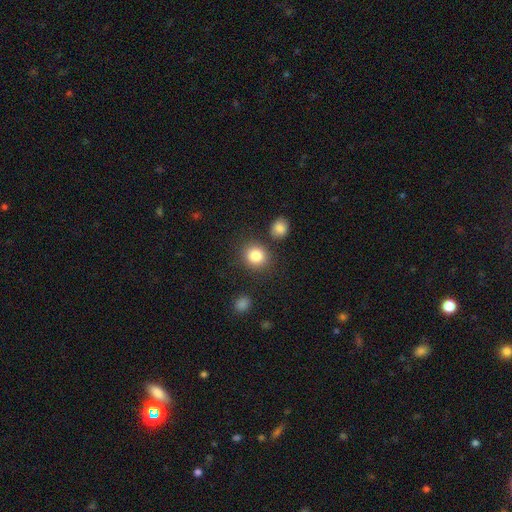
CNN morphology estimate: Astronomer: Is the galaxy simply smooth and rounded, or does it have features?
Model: smooth — 85%.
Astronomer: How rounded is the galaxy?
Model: round — 82%.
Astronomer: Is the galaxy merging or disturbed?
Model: none — 80%.